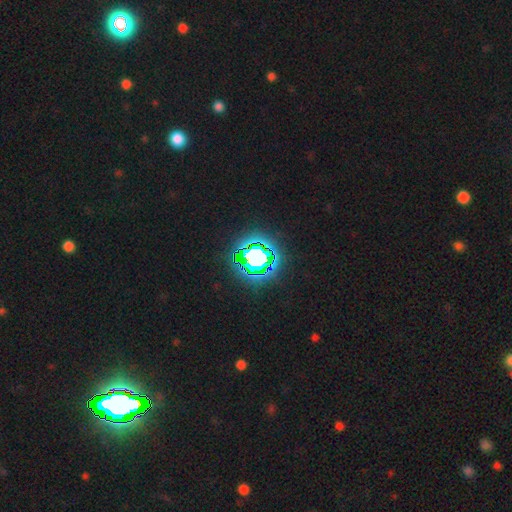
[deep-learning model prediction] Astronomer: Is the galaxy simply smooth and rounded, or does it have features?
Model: star or artifact — 69%.